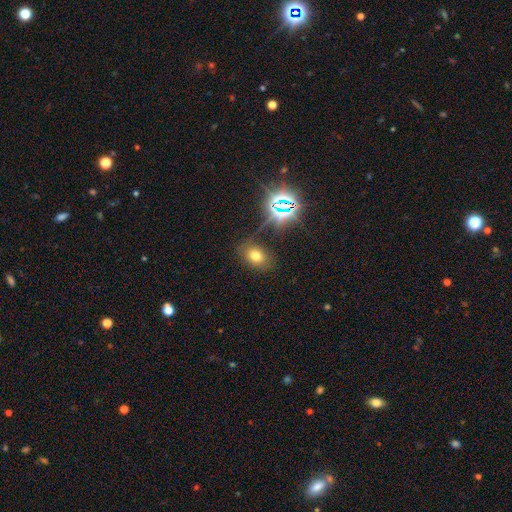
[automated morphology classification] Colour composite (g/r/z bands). It shows a smooth galaxy with no disk features (63%) that is in between round and cigar-shaped (69%). Merging: none (78%).